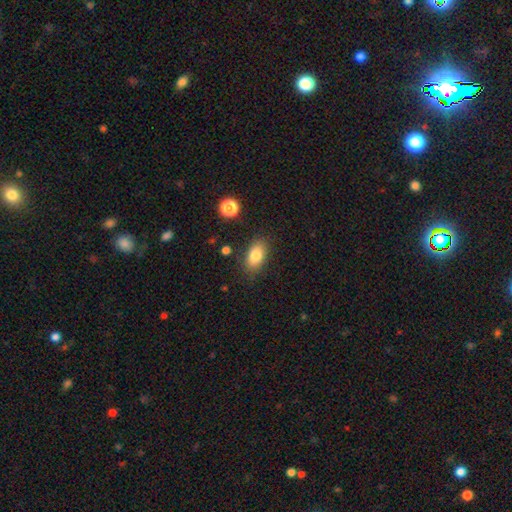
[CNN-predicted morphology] Smooth or featured?
  - smooth: 82% *
  - featured or disk: 10%
  - star or artifact: 8%
How rounded?
  - in between: 89% *
  - round: 7%
  - cigar-shaped: 4%
Merging?
  - none: 83% *
  - minor disturbance: 11%
  - major disturbance: 3%
  - merger: 2%